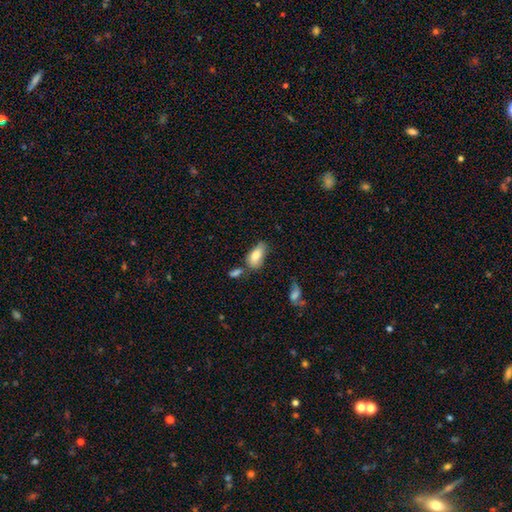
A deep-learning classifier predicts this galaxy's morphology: Overall: smooth (80%). How rounded: in between (90%). Merging: none (54%; minor disturbance 26%).